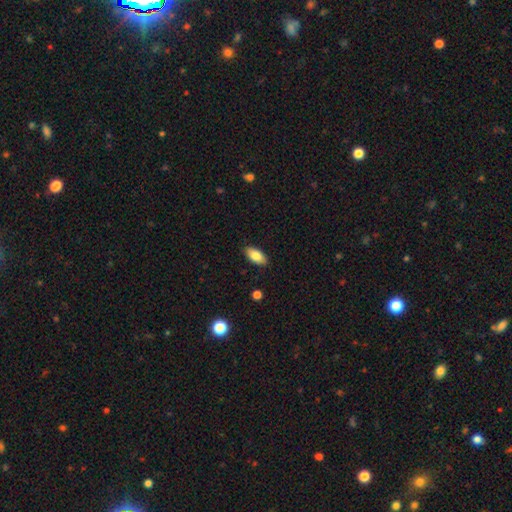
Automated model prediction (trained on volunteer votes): Overall: smooth (84%). How rounded: in between (92%). Merging: none (88%).